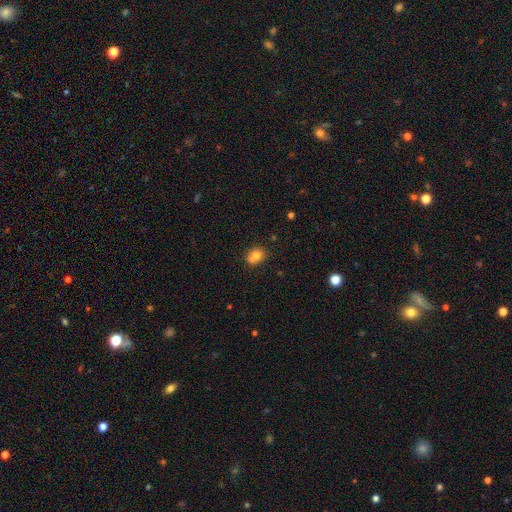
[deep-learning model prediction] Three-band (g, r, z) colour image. It shows a smooth galaxy with no disk features (75%) that is round (55%). Merging: none (53%).